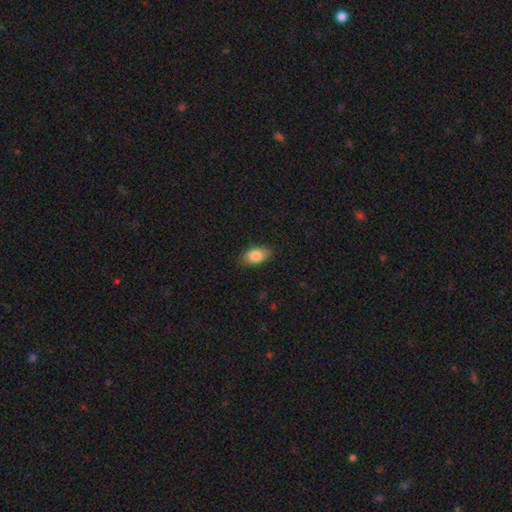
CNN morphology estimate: A smooth galaxy with no disk features (84%) that is in between round and cigar-shaped (89%). Merging: none (83%).